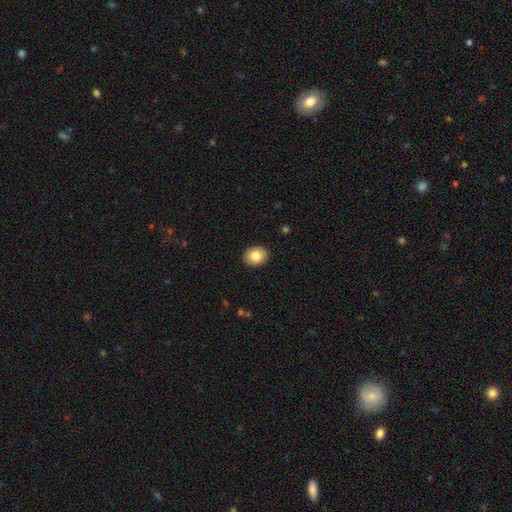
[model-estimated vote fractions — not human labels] smooth_or_featured: smooth (p=0.83) [alt: featured or disk p=0.09]
how_rounded: round (p=0.50) [tied with: in between p=0.50]
merging: none (p=0.91) [alt: minor disturbance p=0.06]